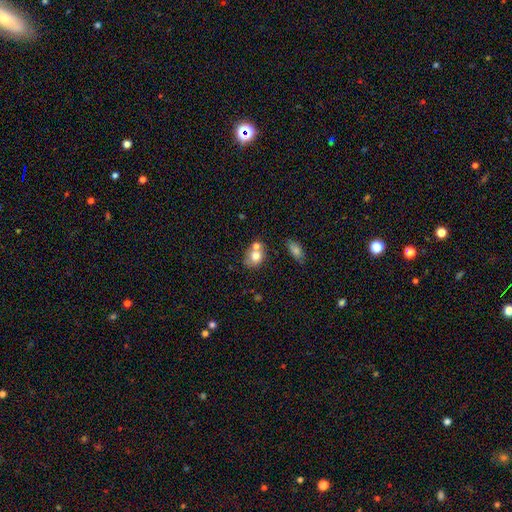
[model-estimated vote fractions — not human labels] Smooth or featured? smooth (73%)
How rounded? round (54%)
Merging? none (42%)